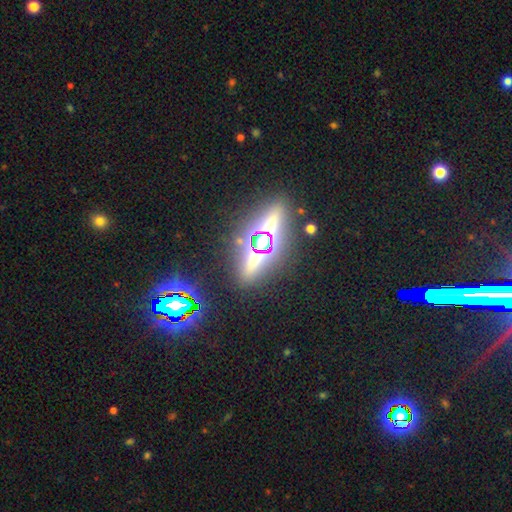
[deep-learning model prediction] This is likely a star or artifact rather than a galaxy (61%).